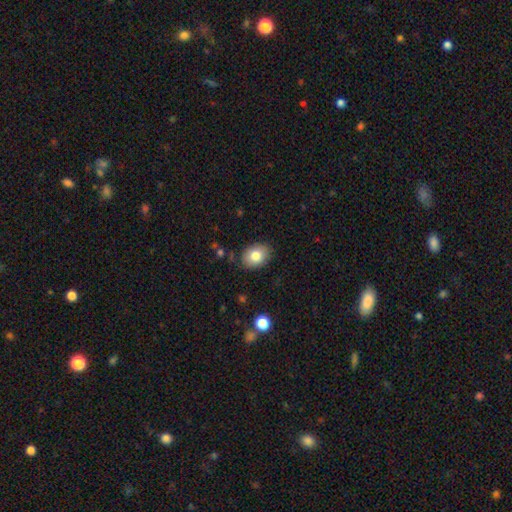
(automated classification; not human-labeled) smooth_or_featured: smooth (p=0.81) [alt: featured or disk p=0.11]
how_rounded: in between (p=0.71) [alt: round p=0.28]
merging: none (p=0.85) [alt: minor disturbance p=0.11]